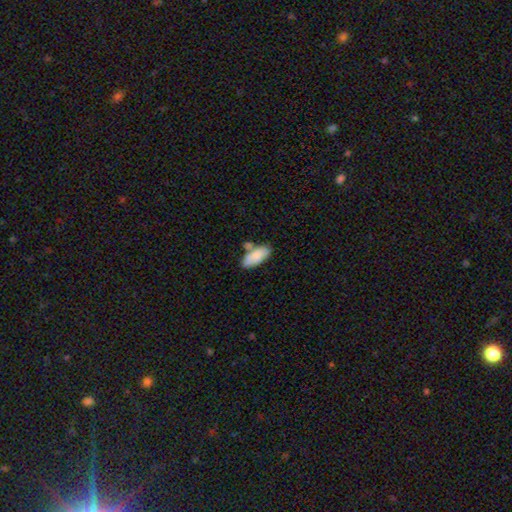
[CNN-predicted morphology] The model was most divided on "merging": none: 51%, merger: 25%, minor disturbance: 18%, major disturbance: 6%. More confident: how rounded — in between (87%); smooth or featured — smooth (80%).